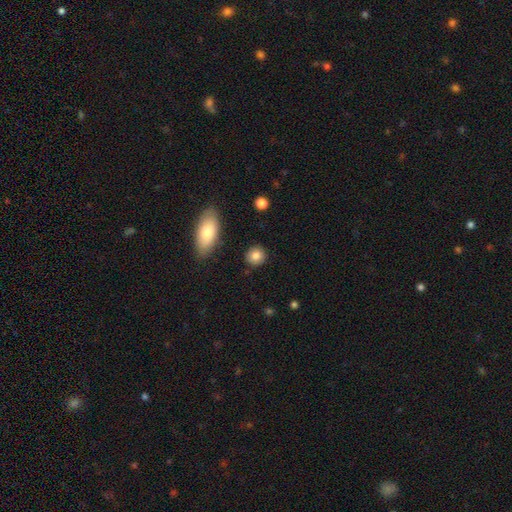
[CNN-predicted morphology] Smooth or featured? smooth (84%)
How rounded? round (84%)
Merging? none (88%)